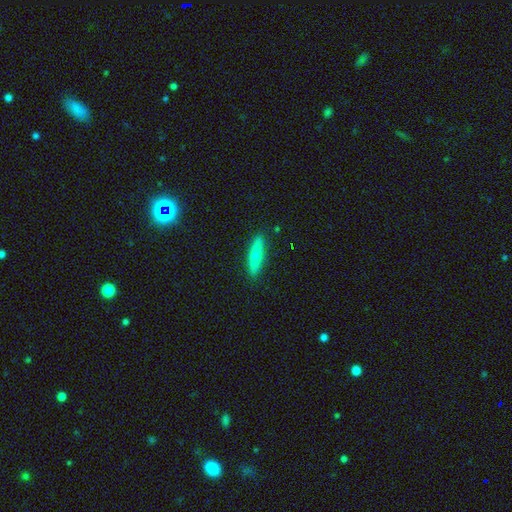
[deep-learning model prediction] smooth 64%, featured or disk 30%, star or artifact 6%. Down the decision tree: how rounded — cigar-shaped (69%); merging — none (88%).